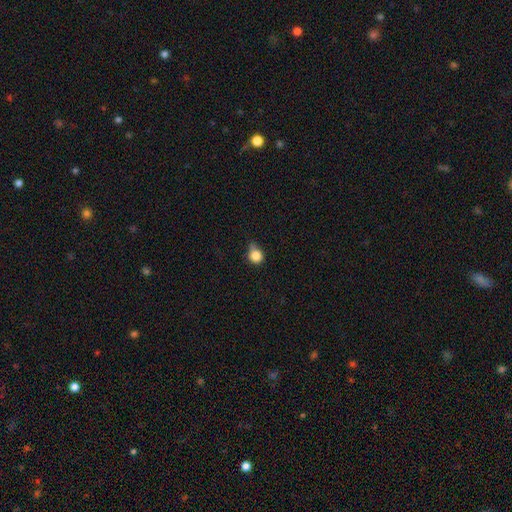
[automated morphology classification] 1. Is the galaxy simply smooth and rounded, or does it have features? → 84% smooth, 10% star or artifact, 6% featured or disk.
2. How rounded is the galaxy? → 84% round, 15% in between, 1% cigar-shaped.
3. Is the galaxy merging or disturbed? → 47% none, 36% minor disturbance, 9% major disturbance, 7% merger.